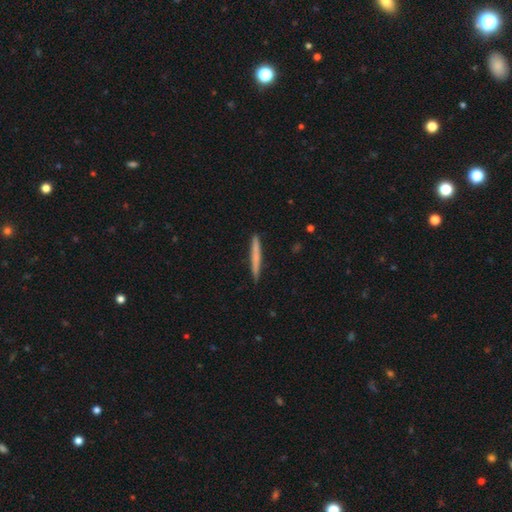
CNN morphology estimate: A smooth galaxy with no disk features (65%) that is cigar-shaped (97%). Merging: none (91%).